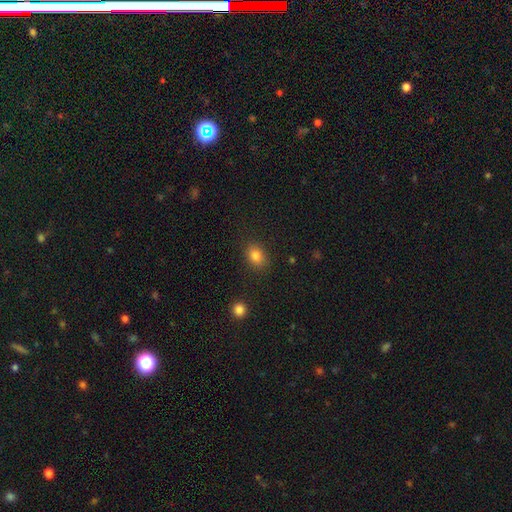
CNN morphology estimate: smooth 83%, star or artifact 11%, featured or disk 6%. Down the decision tree: how rounded — in between (62%); merging — none (85%).